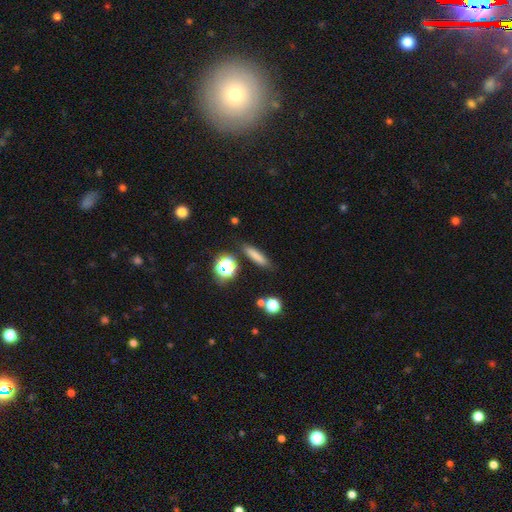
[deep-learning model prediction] Smooth or featured? Predicted: smooth (p=0.76). How rounded? Predicted: cigar-shaped (p=0.78). Merging? Predicted: none (p=0.84).